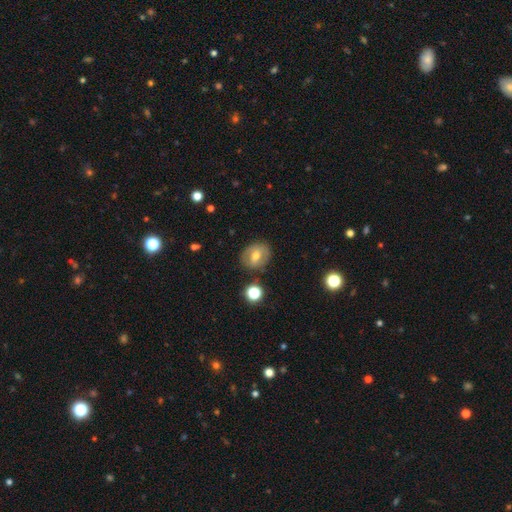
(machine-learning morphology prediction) smooth_or_featured: smooth (p=0.49) [alt: featured or disk p=0.41]
merging: none (p=0.81) [alt: minor disturbance p=0.12]